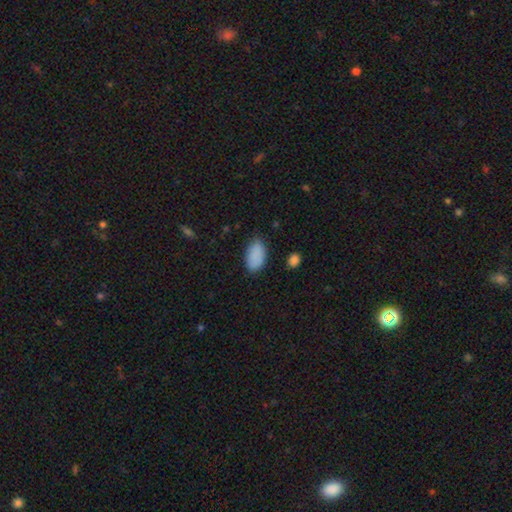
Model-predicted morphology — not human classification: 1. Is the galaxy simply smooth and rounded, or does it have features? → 88% smooth, 7% star or artifact, 5% featured or disk.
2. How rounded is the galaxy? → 94% in between, 5% round, 2% cigar-shaped.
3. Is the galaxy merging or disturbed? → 74% none, 20% minor disturbance, 4% major disturbance, 2% merger.